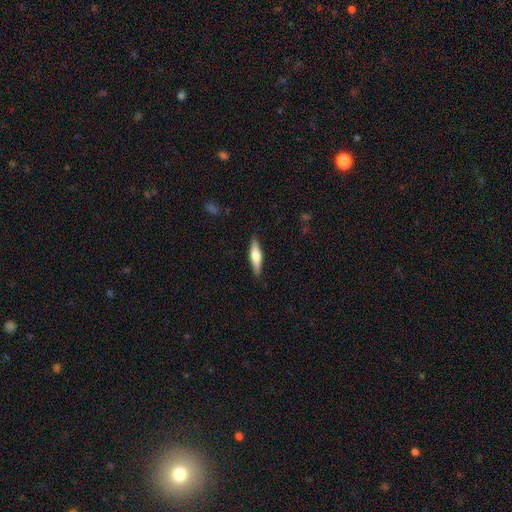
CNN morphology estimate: Smooth or featured? Predicted: smooth (p=0.50). Merging? Predicted: none (p=0.88).